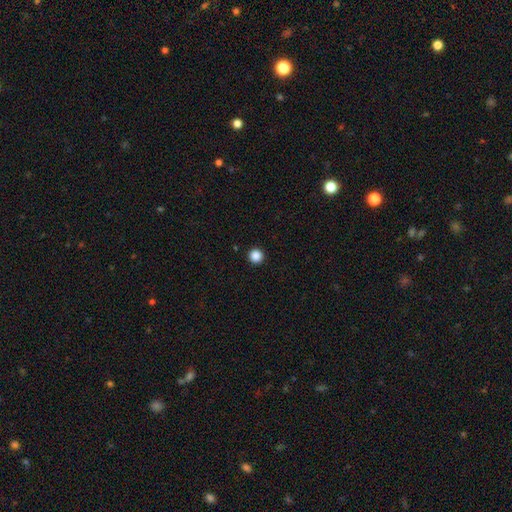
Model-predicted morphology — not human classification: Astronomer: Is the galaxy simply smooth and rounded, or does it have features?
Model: smooth — 87%.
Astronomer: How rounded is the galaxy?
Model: round — 96%.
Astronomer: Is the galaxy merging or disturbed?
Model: none — 94%.